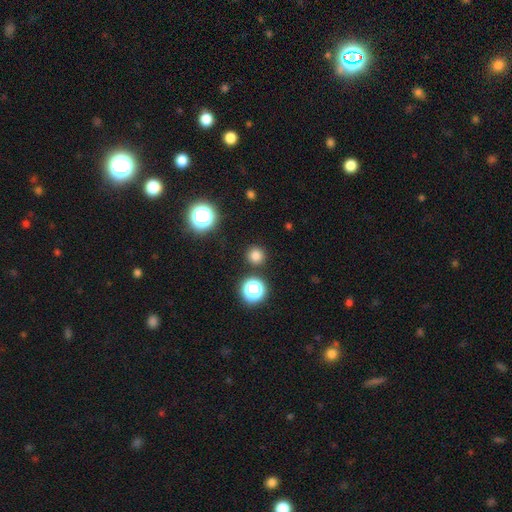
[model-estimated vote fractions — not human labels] A smooth galaxy with no disk features (77%) that is round (95%).

Vote fractions:
- Smooth or featured? smooth: 77% / star or artifact: 18% / featured or disk: 5%
- How rounded? round: 95% / in between: 4% / cigar-shaped: 1%
- Merging? none: 90% / minor disturbance: 5% / merger: 3% / major disturbance: 2%